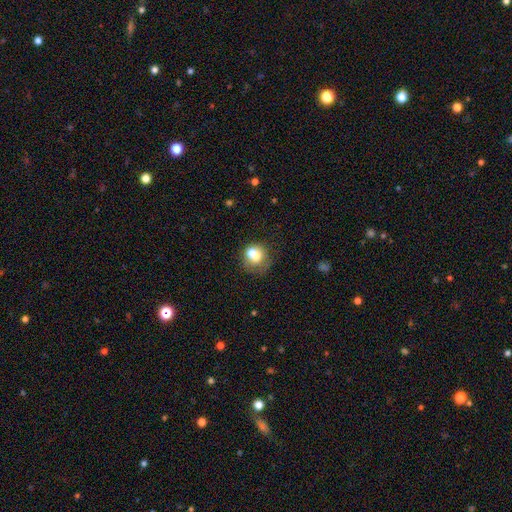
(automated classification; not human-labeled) A smooth galaxy with no disk features (66%) that is round (76%).

Vote fractions:
- Smooth or featured? smooth: 66% / featured or disk: 23% / star or artifact: 11%
- How rounded? round: 76% / in between: 23% / cigar-shaped: 1%
- Merging? merger: 43% / none: 38% / minor disturbance: 12% / major disturbance: 7%